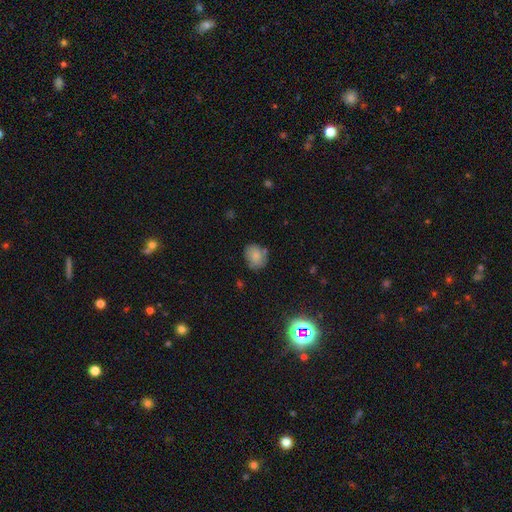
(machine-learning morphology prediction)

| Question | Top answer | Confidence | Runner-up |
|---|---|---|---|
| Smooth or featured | smooth | 77% | featured or disk (13%) |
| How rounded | round | 58% | in between (41%) |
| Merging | none | 69% | minor disturbance (21%) |